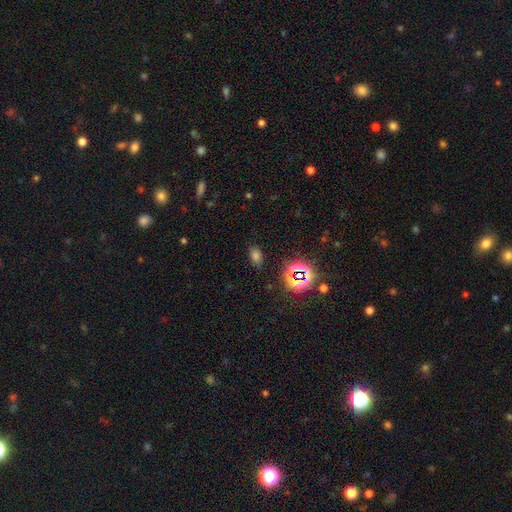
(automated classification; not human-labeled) A smooth galaxy with no disk features (59%) that is in between round and cigar-shaped (81%).

Vote fractions:
- Smooth or featured? smooth: 59% / star or artifact: 33% / featured or disk: 7%
- How rounded? in between: 81% / round: 17% / cigar-shaped: 2%
- Merging? none: 83% / minor disturbance: 11% / major disturbance: 4% / merger: 2%